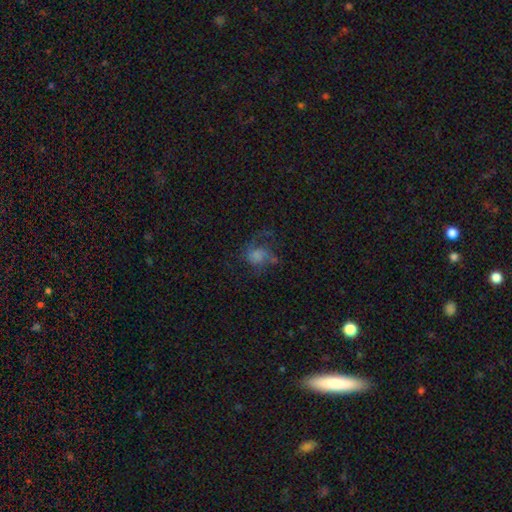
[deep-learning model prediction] Smooth or featured? Predicted: featured or disk (p=0.50). Edge-on disk? Predicted: no (p=0.97). Merging? Predicted: none (p=0.46).